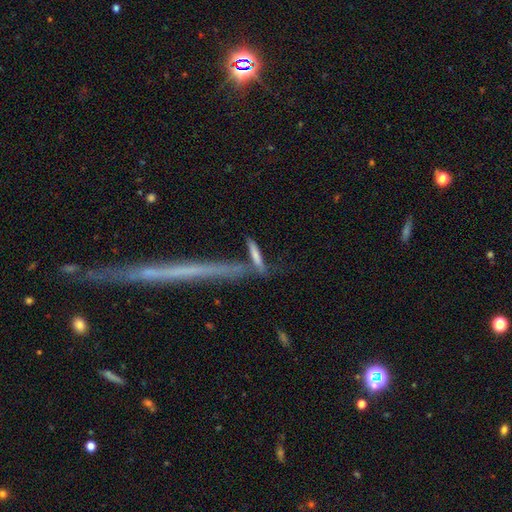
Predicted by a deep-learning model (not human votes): A smooth galaxy with no disk features (65%) that is cigar-shaped (84%).

Vote fractions:
- Smooth or featured? smooth: 65% / featured or disk: 26% / star or artifact: 9%
- How rounded? cigar-shaped: 84% / in between: 13% / round: 3%
- Merging? none: 44% / merger: 29% / minor disturbance: 16% / major disturbance: 11%